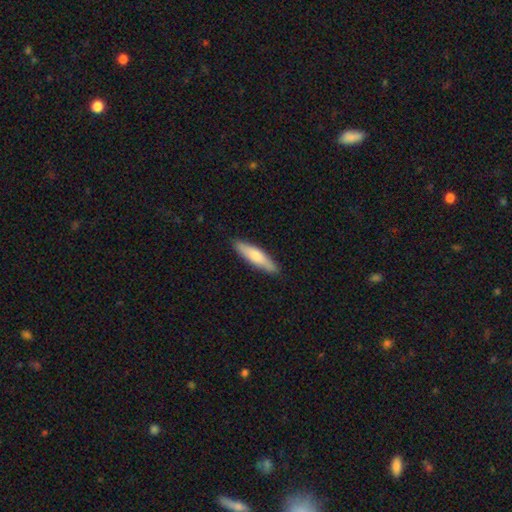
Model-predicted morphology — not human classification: A smooth galaxy with no disk features (72%) that is cigar-shaped (78%).

Vote fractions:
- Smooth or featured? smooth: 72% / featured or disk: 23% / star or artifact: 5%
- How rounded? cigar-shaped: 78% / in between: 20% / round: 1%
- Merging? none: 88% / minor disturbance: 9% / major disturbance: 2% / merger: 1%